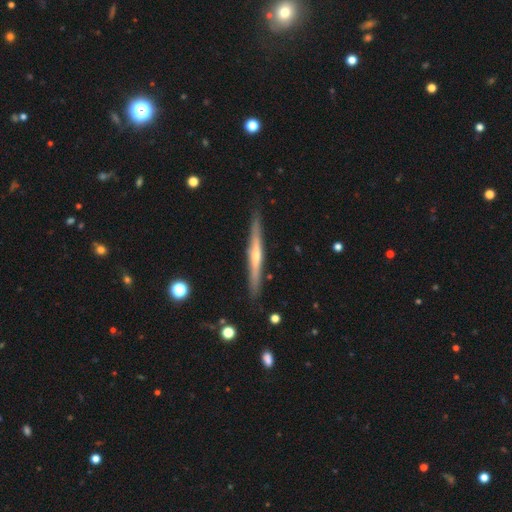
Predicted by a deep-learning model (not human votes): Smooth or featured? featured or disk (71%)
Edge-on disk? yes (97%)
Edge-on bulge? rounded (72%)
Merging? none (89%)